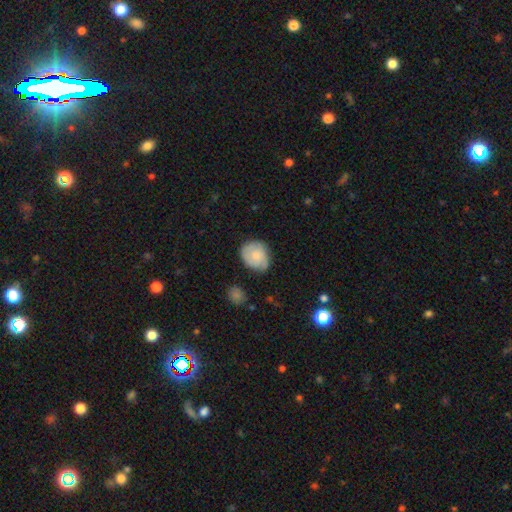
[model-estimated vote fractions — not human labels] Overall: smooth (63%; featured or disk 31%). How rounded: round (66%; in between 33%). Merging: none (61%; minor disturbance 30%).